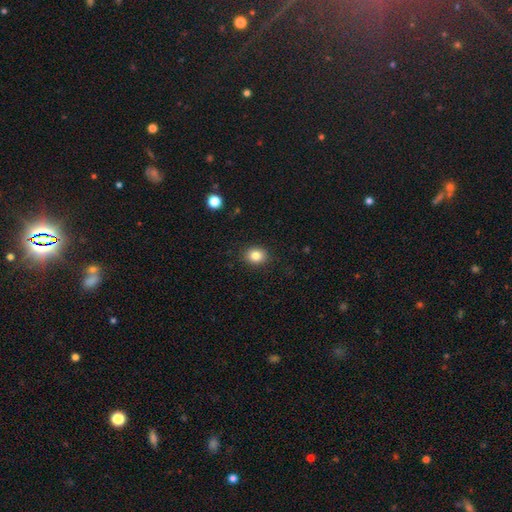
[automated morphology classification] Smooth or featured?
  - smooth: 85% *
  - star or artifact: 10%
  - featured or disk: 5%
How rounded?
  - round: 58% *
  - in between: 41%
  - cigar-shaped: 1%
Merging?
  - none: 88% *
  - minor disturbance: 8%
  - major disturbance: 3%
  - merger: 1%